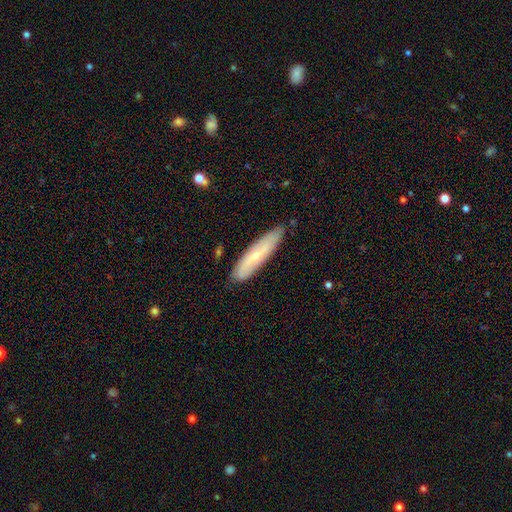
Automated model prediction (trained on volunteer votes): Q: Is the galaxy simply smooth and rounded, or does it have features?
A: smooth — 49%.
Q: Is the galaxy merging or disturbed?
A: none — 80%.